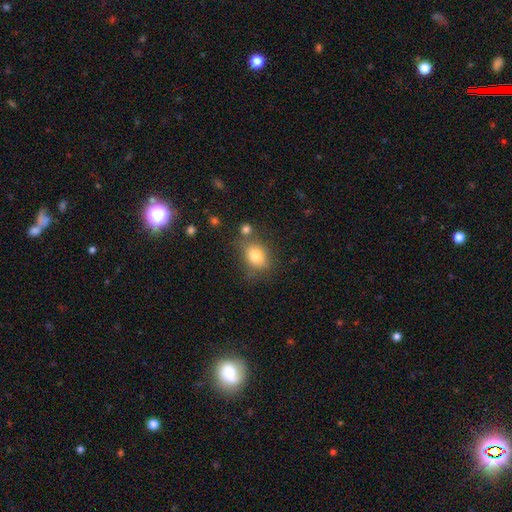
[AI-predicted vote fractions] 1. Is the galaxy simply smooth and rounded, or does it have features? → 79% smooth, 10% featured or disk, 10% star or artifact.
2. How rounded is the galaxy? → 59% in between, 40% round, 1% cigar-shaped.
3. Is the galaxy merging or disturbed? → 62% none, 19% minor disturbance, 12% merger, 7% major disturbance.